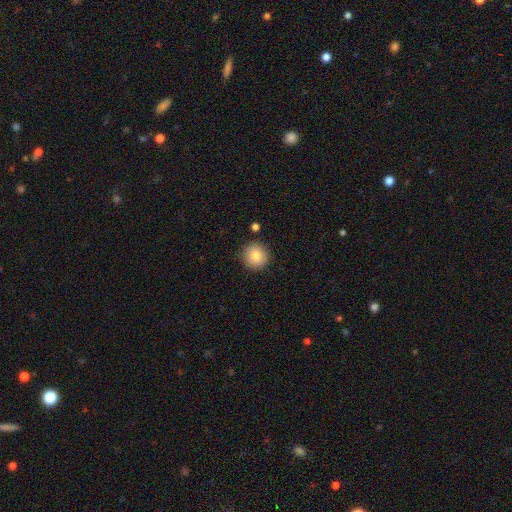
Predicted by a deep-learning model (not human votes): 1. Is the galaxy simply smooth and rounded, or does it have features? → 84% smooth, 9% star or artifact, 7% featured or disk.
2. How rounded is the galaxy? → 95% round, 4% in between, 1% cigar-shaped.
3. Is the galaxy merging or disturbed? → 89% none, 7% minor disturbance, 2% merger, 2% major disturbance.